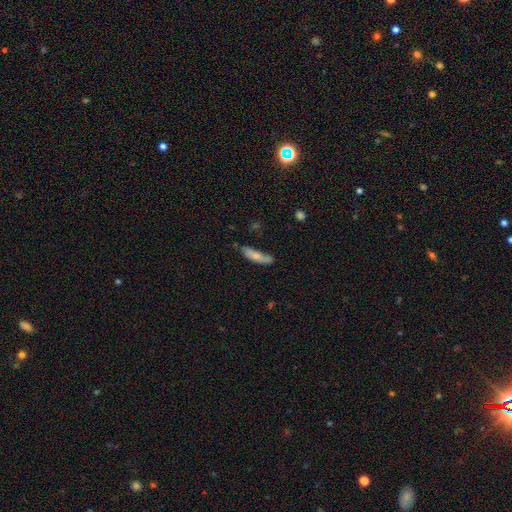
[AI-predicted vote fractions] Smooth or featured? smooth (72%)
How rounded? cigar-shaped (62%)
Merging? none (59%)